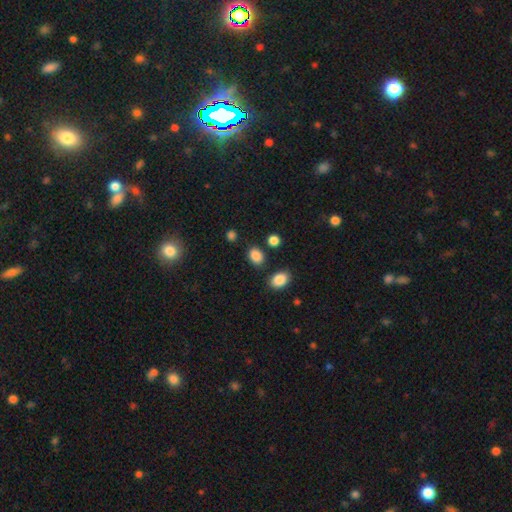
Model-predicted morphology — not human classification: This appears to be a smooth galaxy with no disk features (86%) that is in between round and cigar-shaped (64%). Merging: none (81%).